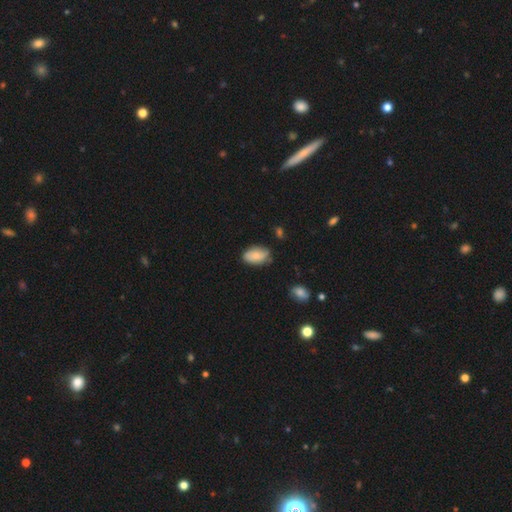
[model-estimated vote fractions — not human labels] Smooth or featured? smooth (76%)
How rounded? in between (93%)
Merging? none (66%)